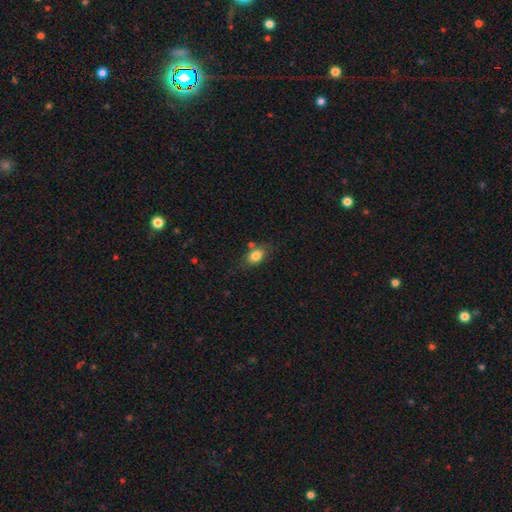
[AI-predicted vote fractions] Q: Smooth or featured?
A: smooth (81%); runner-up: featured or disk (11%)
Q: How rounded?
A: in between (82%); runner-up: round (14%)
Q: Merging?
A: none (67%); runner-up: minor disturbance (19%)